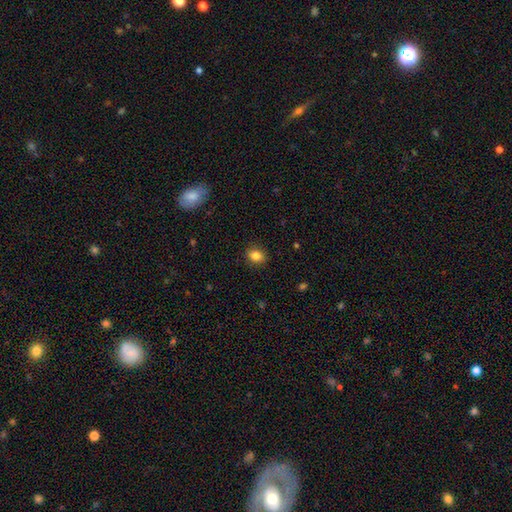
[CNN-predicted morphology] Smooth or featured?
  - smooth: 85% *
  - star or artifact: 10%
  - featured or disk: 5%
How rounded?
  - in between: 52% *
  - round: 47%
  - cigar-shaped: 1%
Merging?
  - none: 89% *
  - minor disturbance: 8%
  - major disturbance: 2%
  - merger: 1%